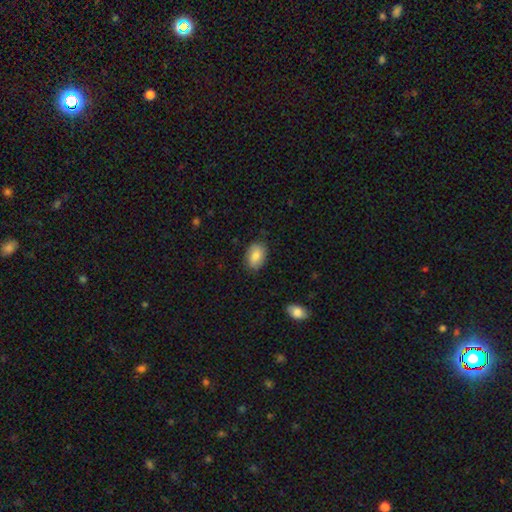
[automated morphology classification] Smooth or featured?
  - smooth: 83% *
  - featured or disk: 10%
  - star or artifact: 7%
How rounded?
  - in between: 86% *
  - round: 12%
  - cigar-shaped: 1%
Merging?
  - none: 82% *
  - minor disturbance: 14%
  - major disturbance: 3%
  - merger: 1%